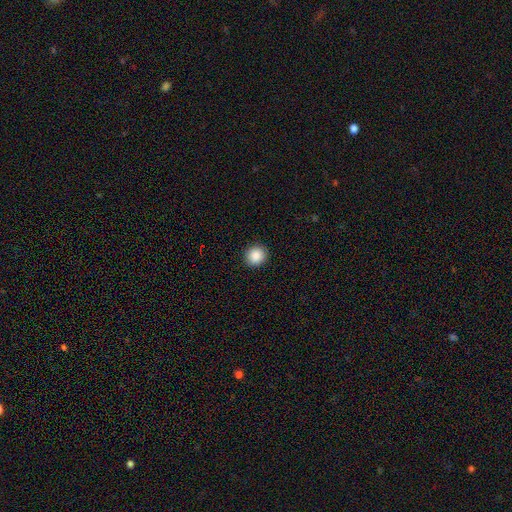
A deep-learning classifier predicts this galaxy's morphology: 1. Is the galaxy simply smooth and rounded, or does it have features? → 88% smooth, 9% star or artifact, 3% featured or disk.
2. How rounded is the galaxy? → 90% round, 9% in between, 1% cigar-shaped.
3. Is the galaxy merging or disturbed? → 92% none, 5% minor disturbance, 2% major disturbance, 1% merger.